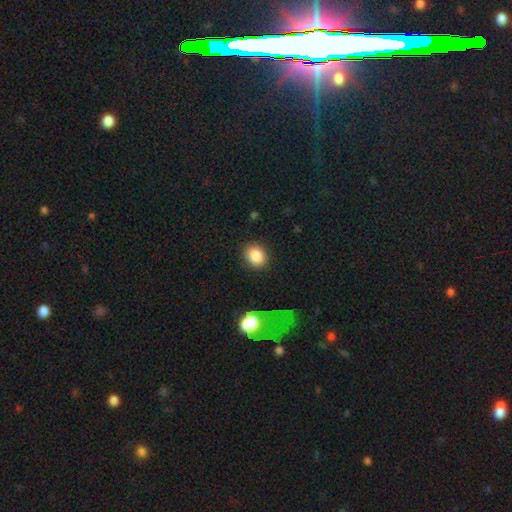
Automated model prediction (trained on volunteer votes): smooth-or-featured: smooth: 86% | star or artifact: 9% | featured or disk: 5%
  how-rounded: round: 62% | in between: 37% | cigar-shaped: 1%
  merging: none: 88% | minor disturbance: 8% | major disturbance: 2% | merger: 2%